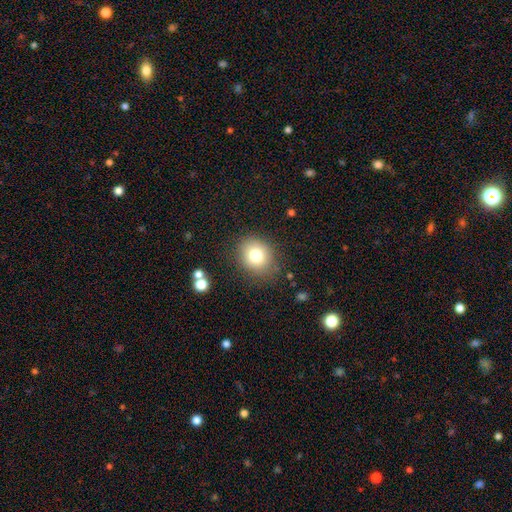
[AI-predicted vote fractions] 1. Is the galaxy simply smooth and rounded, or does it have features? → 77% smooth, 12% star or artifact, 11% featured or disk.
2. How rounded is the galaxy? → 68% round, 31% in between, 1% cigar-shaped.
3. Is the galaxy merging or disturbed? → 81% none, 13% minor disturbance, 4% major disturbance, 2% merger.